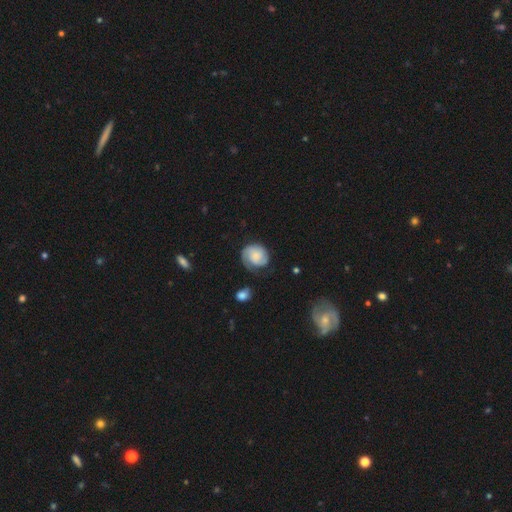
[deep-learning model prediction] The model was most divided on "spiral winding": tight: 53%, medium: 34%, loose: 13%. Remaining: edge-on disk — no (98%); spiral arms — yes (93%); bar — no (70%); merging — none (63%); smooth or featured — featured or disk (60%); spiral arm count — 2 (54%); bulge size — small (46%).